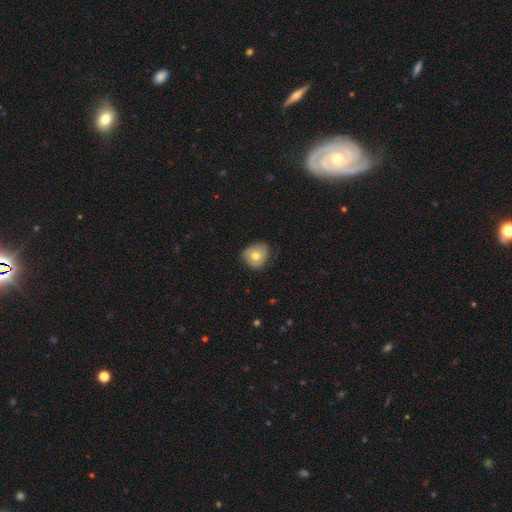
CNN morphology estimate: smooth_or_featured: smooth (p=0.68) [alt: featured or disk p=0.24]
how_rounded: round (p=0.74) [alt: in between p=0.26]
merging: none (p=0.66) [alt: minor disturbance p=0.27]